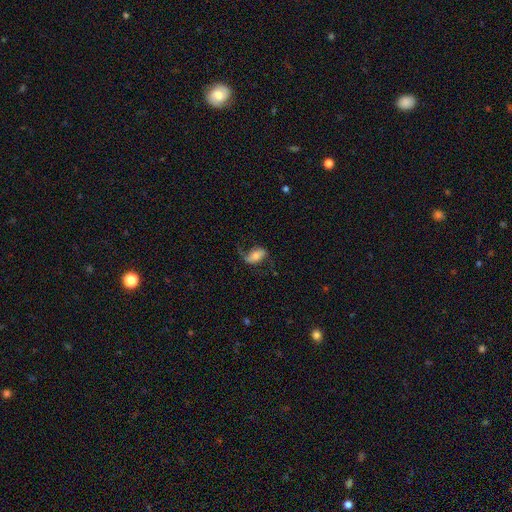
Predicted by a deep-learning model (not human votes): Overall: featured or disk (49%; smooth 43%). Merging: none (59%; minor disturbance 22%).